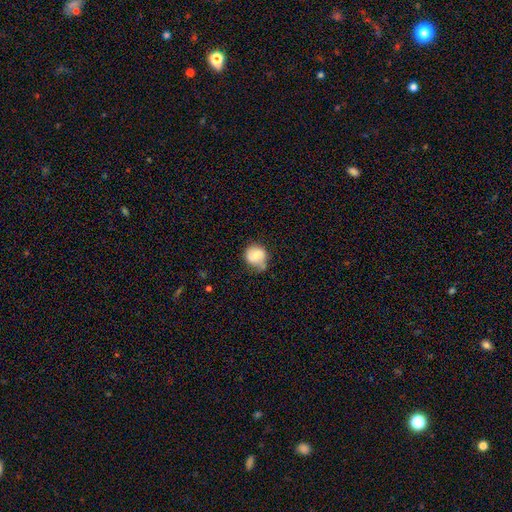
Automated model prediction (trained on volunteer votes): This is likely a smooth galaxy (63%). How rounded: likely round (78%). Merging: possibly none (52%).